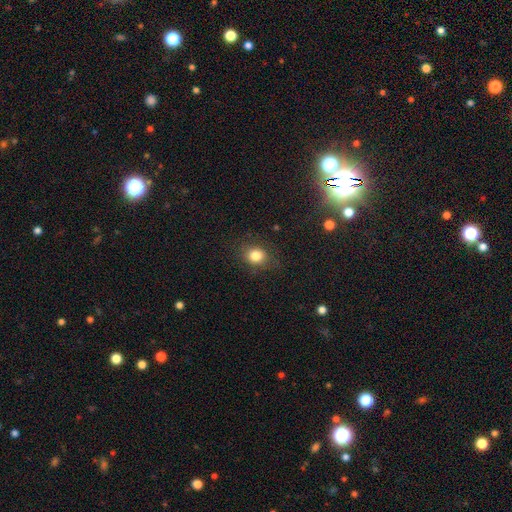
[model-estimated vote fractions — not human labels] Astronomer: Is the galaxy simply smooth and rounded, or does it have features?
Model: smooth — 82%.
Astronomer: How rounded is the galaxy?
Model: round — 68%.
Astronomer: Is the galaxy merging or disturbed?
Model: none — 81%.